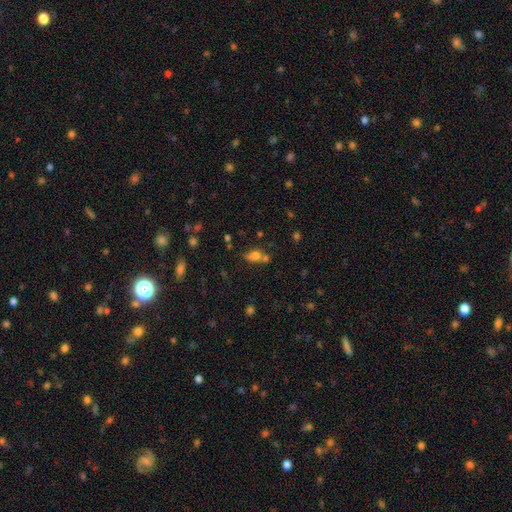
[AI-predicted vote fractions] This is likely a smooth galaxy (68%). How rounded: possibly in between (54%). Merging: marginally none (39%).